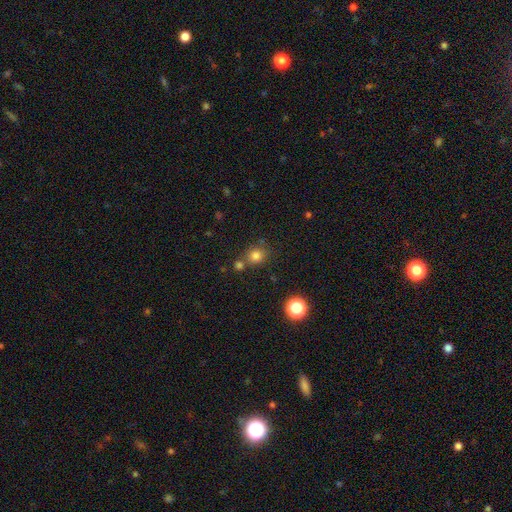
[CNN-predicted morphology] Smooth or featured?
  - smooth: 78% *
  - star or artifact: 15%
  - featured or disk: 7%
How rounded?
  - round: 78% *
  - in between: 21%
  - cigar-shaped: 1%
Merging?
  - none: 66% *
  - merger: 20%
  - minor disturbance: 10%
  - major disturbance: 4%